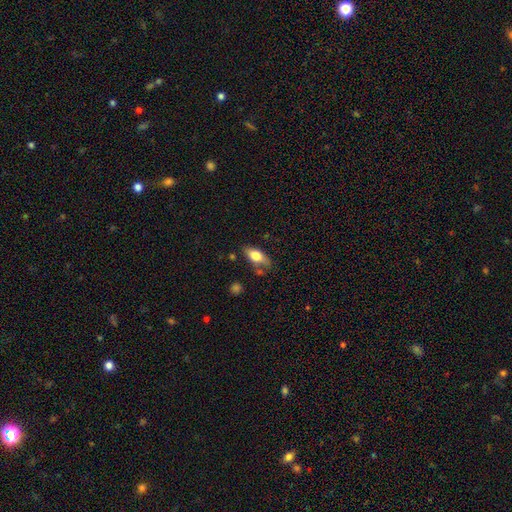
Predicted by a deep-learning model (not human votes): Smooth or featured: smooth — 70% (featured or disk — 23%)
How rounded: in between — 81% (cigar-shaped — 14%)
Merging: none — 69% (minor disturbance — 20%)